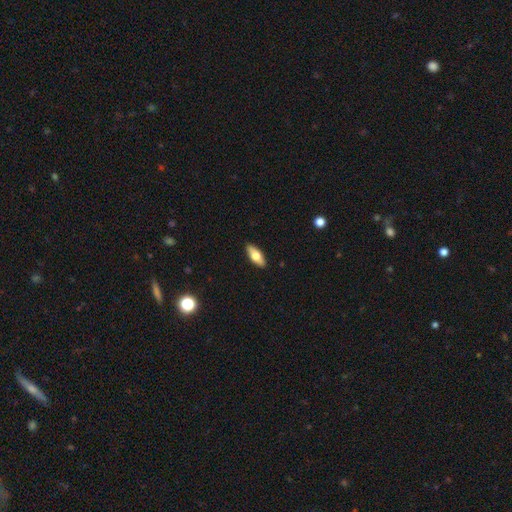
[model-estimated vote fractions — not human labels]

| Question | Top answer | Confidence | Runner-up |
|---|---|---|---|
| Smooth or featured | smooth | 65% | featured or disk (29%) |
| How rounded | in between | 77% | cigar-shaped (21%) |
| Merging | none | 90% | minor disturbance (8%) |